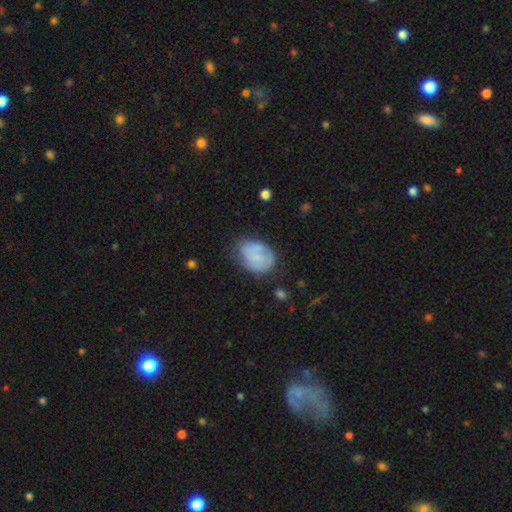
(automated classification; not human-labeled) Smooth or featured: smooth — 64% (featured or disk — 28%)
How rounded: in between — 68% (round — 31%)
Merging: none — 58% (minor disturbance — 28%)